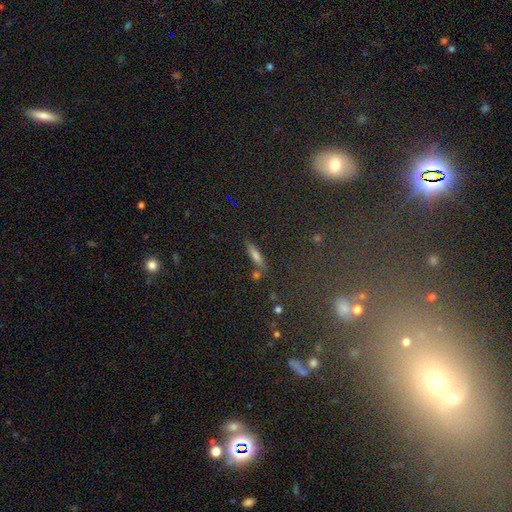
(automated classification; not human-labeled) A smooth galaxy with no disk features (63%) that is cigar-shaped (73%).

Vote fractions:
- Smooth or featured? smooth: 63% / featured or disk: 22% / star or artifact: 14%
- How rounded? cigar-shaped: 73% / in between: 23% / round: 4%
- Merging? none: 74% / minor disturbance: 13% / merger: 8% / major disturbance: 4%